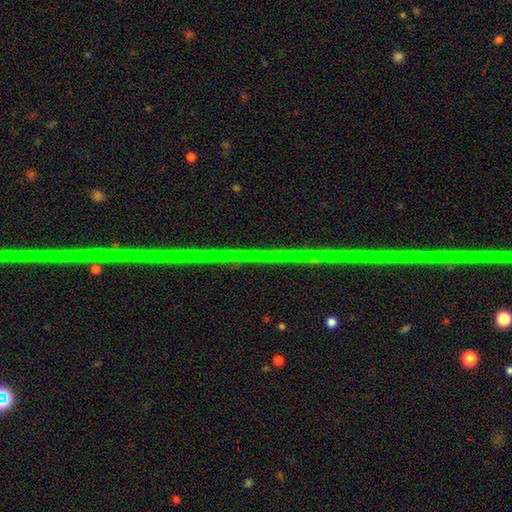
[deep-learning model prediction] Morphology: type=star or artifact (86%).